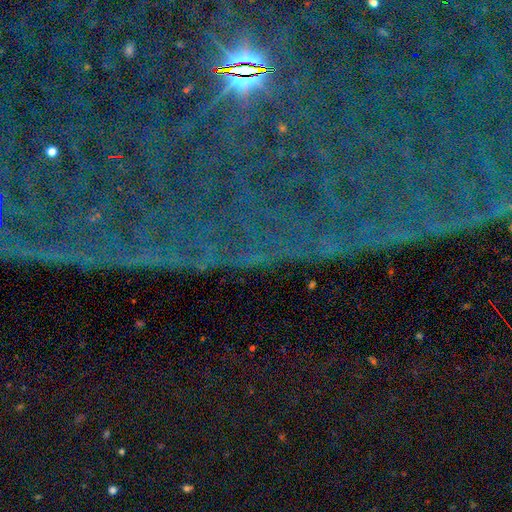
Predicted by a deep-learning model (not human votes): star or artifact 87%, featured or disk 7%, smooth 6%.